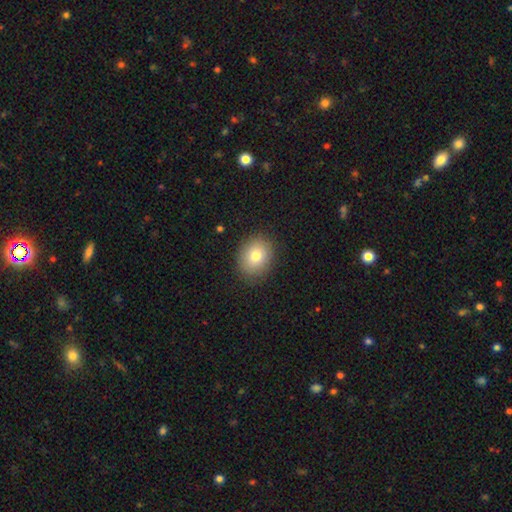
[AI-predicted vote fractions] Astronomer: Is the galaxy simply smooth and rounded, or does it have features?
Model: smooth — 79%.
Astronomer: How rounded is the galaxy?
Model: round — 54% (runner-up: in between, 45%).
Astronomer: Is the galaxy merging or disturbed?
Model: none — 87%.